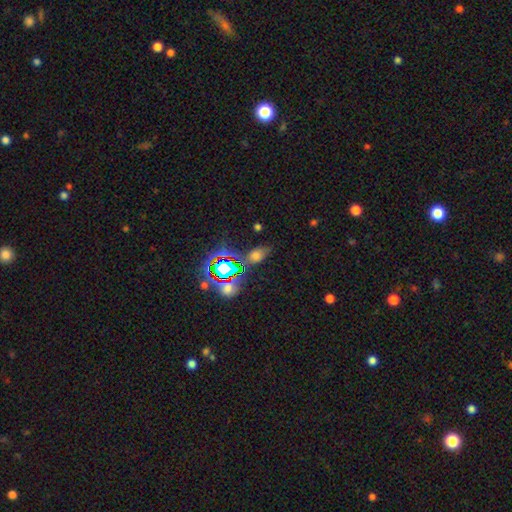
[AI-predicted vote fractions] This appears to be a smooth galaxy with no disk features (54%) that is in between round and cigar-shaped (79%). Merging: none (68%).